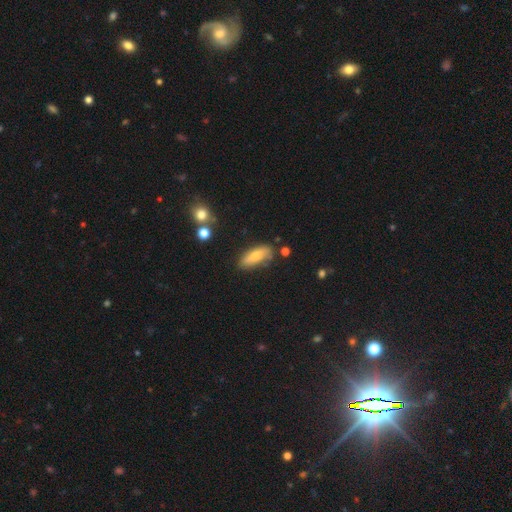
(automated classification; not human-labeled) Smooth or featured: smooth — 68% (featured or disk — 25%)
How rounded: in between — 65% (cigar-shaped — 33%)
Merging: none — 76% (minor disturbance — 16%)